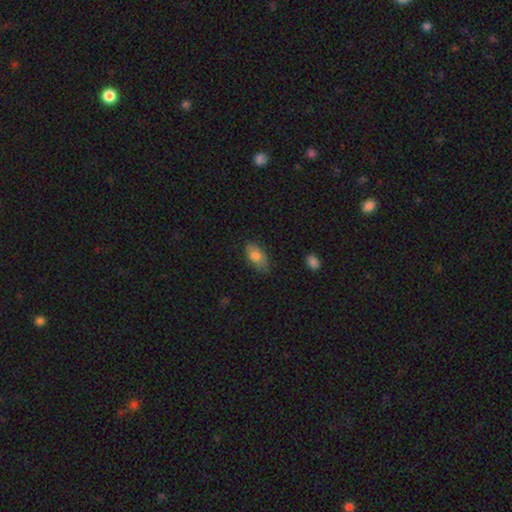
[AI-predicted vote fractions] This is likely a smooth galaxy (76%). How rounded: clearly in between (91%). Merging: likely none (72%).